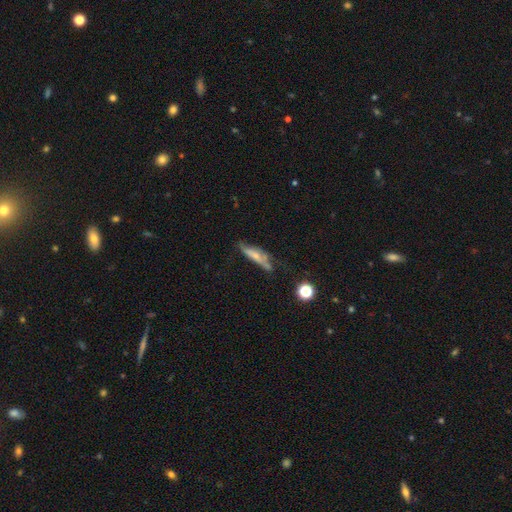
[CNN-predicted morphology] Smooth or featured? smooth (48%)
Merging? none (42%)